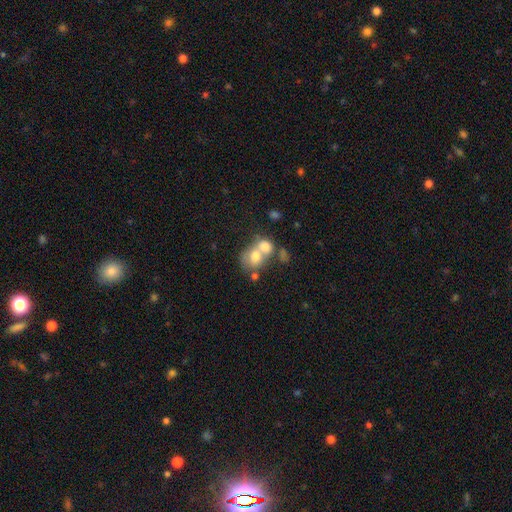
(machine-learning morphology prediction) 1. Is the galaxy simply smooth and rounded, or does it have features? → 65% smooth, 24% featured or disk, 10% star or artifact.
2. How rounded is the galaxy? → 51% round, 48% in between, 1% cigar-shaped.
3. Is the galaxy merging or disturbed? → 67% merger, 20% none, 8% minor disturbance, 6% major disturbance.